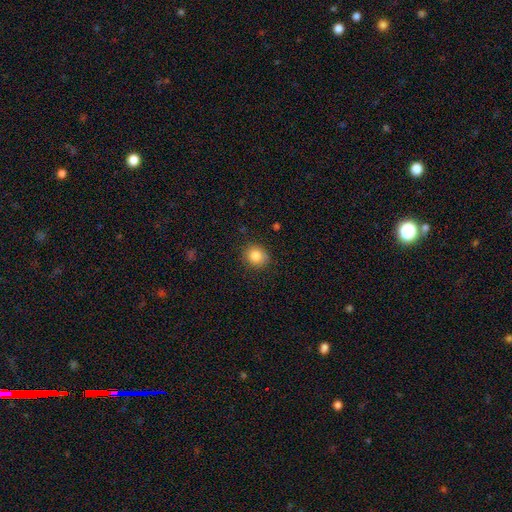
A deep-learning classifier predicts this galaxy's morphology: Overall: smooth (84%). How rounded: round (78%). Merging: none (86%).